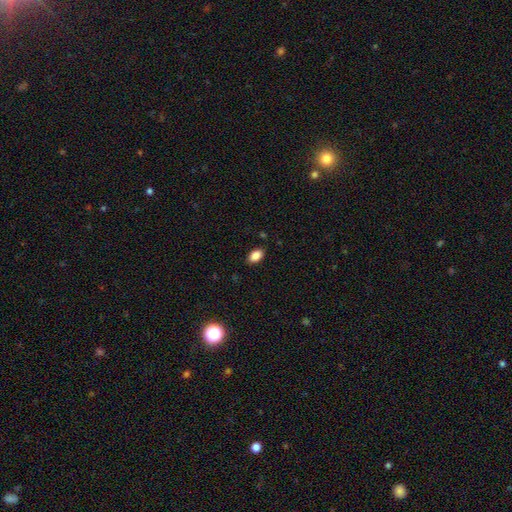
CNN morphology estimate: This is clearly a smooth galaxy (87%). How rounded: clearly in between (92%). Merging: clearly none (87%).